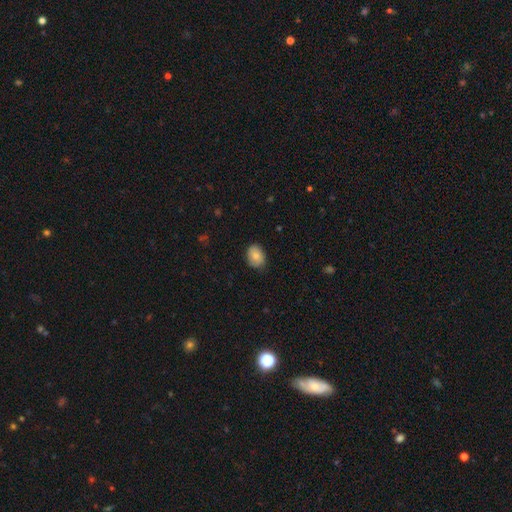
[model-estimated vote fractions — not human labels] smooth-or-featured: smooth: 82% | featured or disk: 10% | star or artifact: 7%
  how-rounded: in between: 71% | round: 28% | cigar-shaped: 1%
  merging: none: 79% | minor disturbance: 18% | major disturbance: 3% | merger: 1%